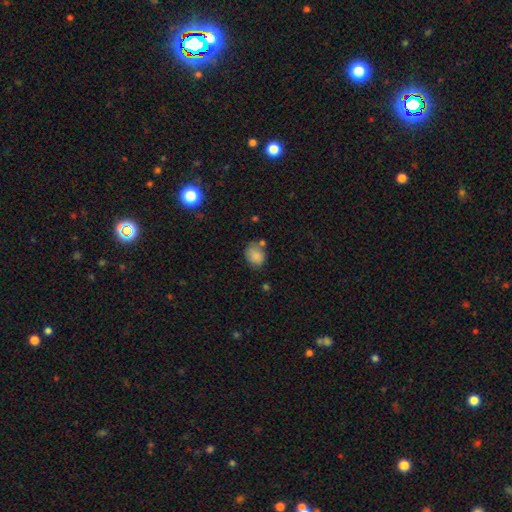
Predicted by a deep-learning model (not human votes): Smooth or featured: smooth — 83% (star or artifact — 9%)
How rounded: round — 57% (in between — 42%)
Merging: none — 61% (minor disturbance — 22%)